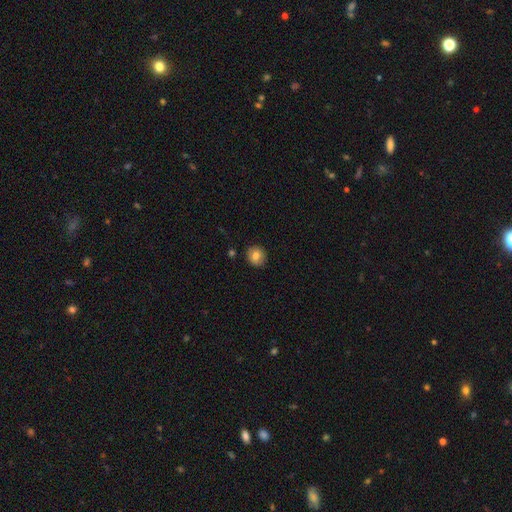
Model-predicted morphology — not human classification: smooth-or-featured: smooth: 79% | featured or disk: 12% | star or artifact: 9%
  how-rounded: round: 81% | in between: 18% | cigar-shaped: 1%
  merging: none: 88% | minor disturbance: 9% | major disturbance: 2% | merger: 2%